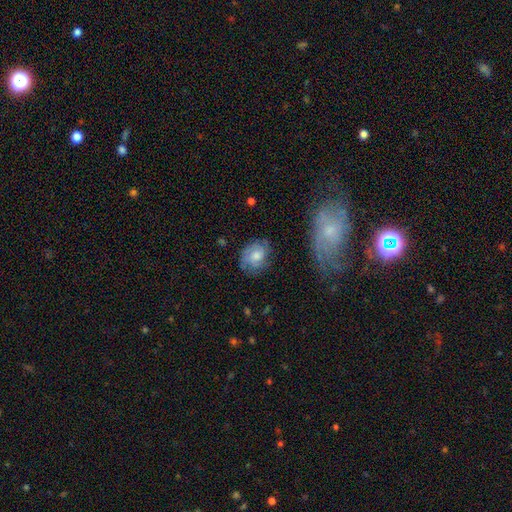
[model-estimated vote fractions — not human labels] This is likely a featured or disk galaxy (61%). It is clearly not viewed edge-on (97%). Bar: likely no (69%). Spiral arm pattern: clearly yes (90%). Spiral arm count: marginally 2 (38%). Spiral winding: possibly tight (57%). Central bulge: possibly moderate (55%). Merging: likely none (71%).